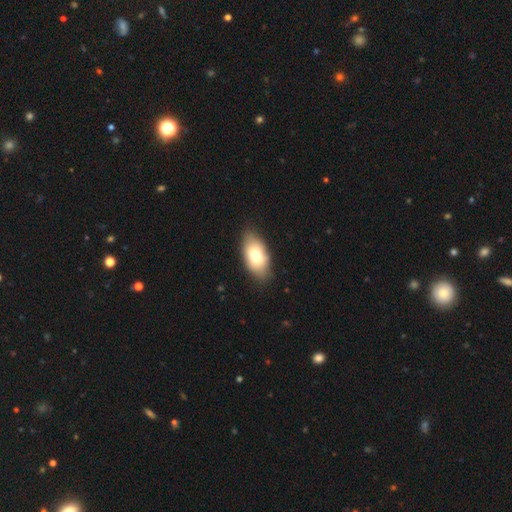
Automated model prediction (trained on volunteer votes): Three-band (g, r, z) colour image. It shows a smooth galaxy with no disk features (77%) that is in between round and cigar-shaped (92%). Merging: none (79%).